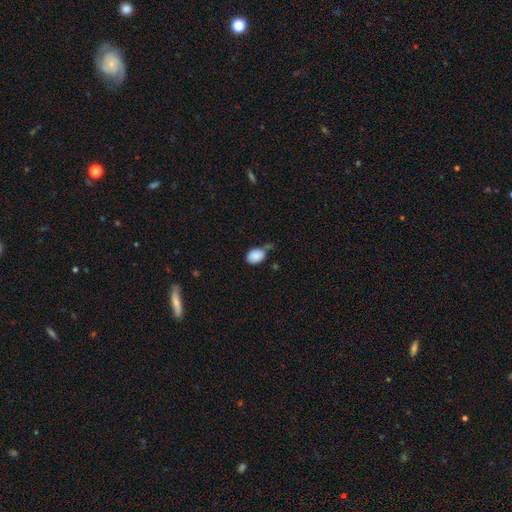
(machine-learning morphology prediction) Smooth or featured? Predicted: smooth (p=0.88). How rounded? Predicted: in between (p=0.69). Merging? Predicted: none (p=0.55).